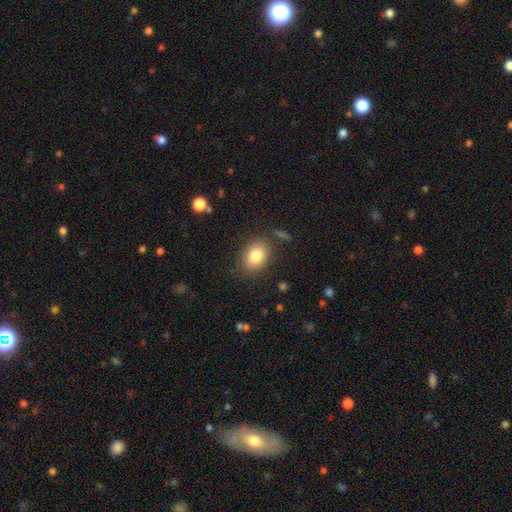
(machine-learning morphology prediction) This is clearly a smooth galaxy (83%). How rounded: likely in between (70%). Merging: clearly none (82%).